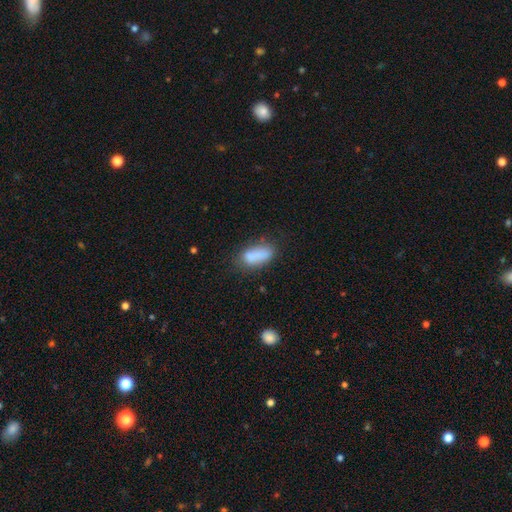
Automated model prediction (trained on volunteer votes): smooth_or_featured: smooth (p=0.80) [alt: featured or disk p=0.11]
how_rounded: in between (p=0.83) [alt: cigar-shaped p=0.12]
merging: none (p=0.54) [alt: minor disturbance p=0.26]